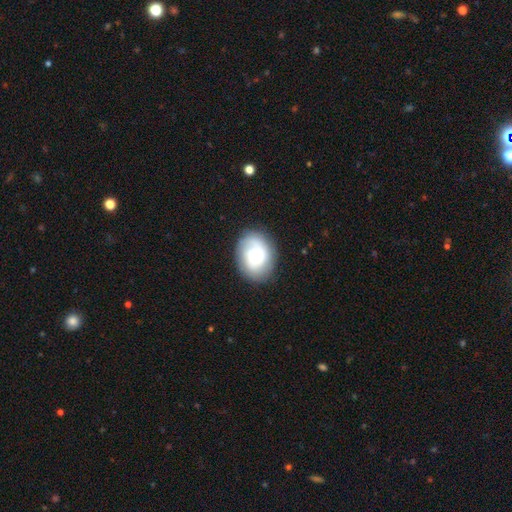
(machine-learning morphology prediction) Smooth or featured?
  - featured or disk: 51% *
  - smooth: 42%
  - star or artifact: 7%
Edge-on disk?
  - no: 97% *
  - yes: 3%
Merging?
  - none: 82% *
  - minor disturbance: 12%
  - major disturbance: 5%
  - merger: 1%